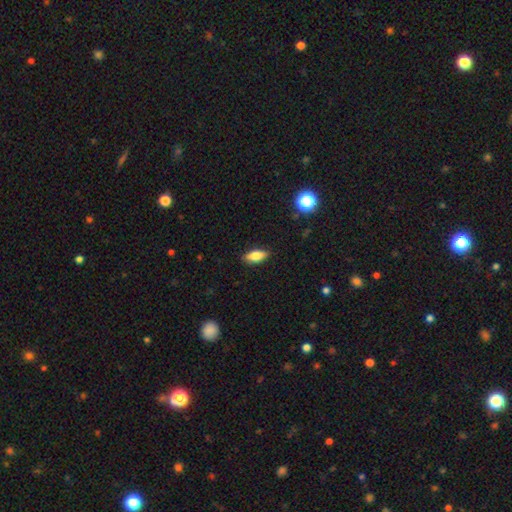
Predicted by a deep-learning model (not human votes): Smooth or featured?
  - smooth: 73% *
  - featured or disk: 19%
  - star or artifact: 8%
How rounded?
  - in between: 77% *
  - cigar-shaped: 19%
  - round: 3%
Merging?
  - none: 88% *
  - minor disturbance: 9%
  - major disturbance: 2%
  - merger: 1%